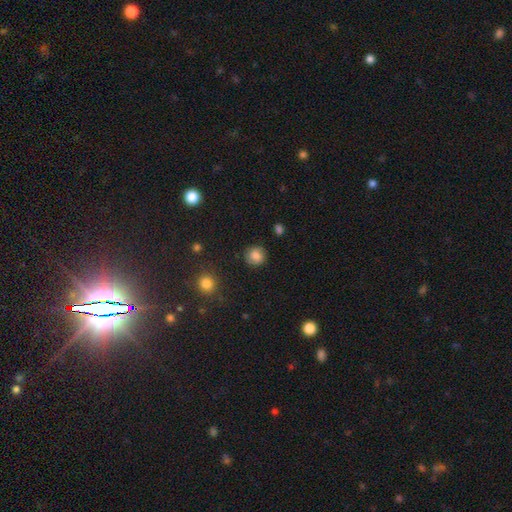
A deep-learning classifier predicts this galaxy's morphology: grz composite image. It shows a smooth galaxy with no disk features (79%) that is round (87%). Merging: none (86%).